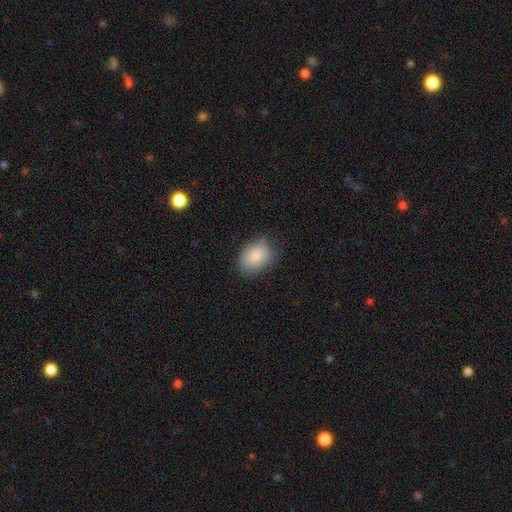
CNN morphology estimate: Smooth or featured?
  - smooth: 85% *
  - featured or disk: 8%
  - star or artifact: 7%
How rounded?
  - in between: 72% *
  - round: 26%
  - cigar-shaped: 1%
Merging?
  - none: 66% *
  - minor disturbance: 26%
  - major disturbance: 6%
  - merger: 1%